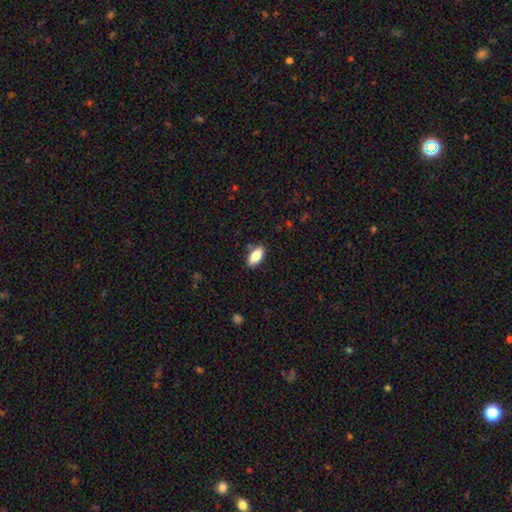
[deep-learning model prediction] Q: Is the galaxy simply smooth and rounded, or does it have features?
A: smooth — 84%.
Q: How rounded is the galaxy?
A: in between — 89%.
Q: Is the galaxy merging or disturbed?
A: none — 85%.